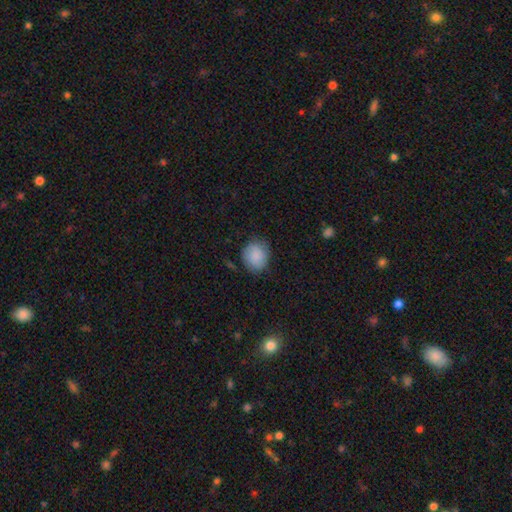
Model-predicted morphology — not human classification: The model was most divided on "how rounded": round: 77%, in between: 22%, cigar-shaped: 1%. More confident: smooth or featured — smooth (87%); merging — none (79%).